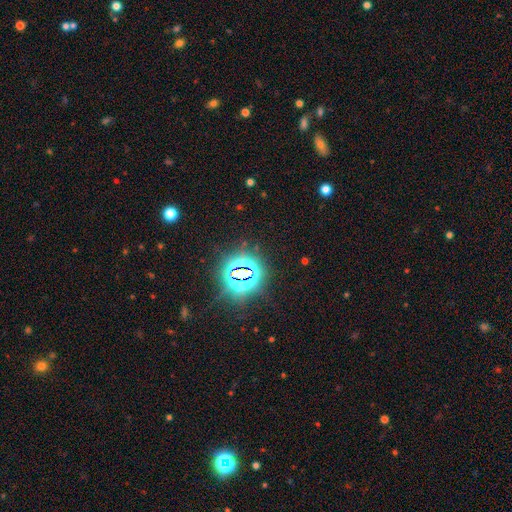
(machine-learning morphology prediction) Smooth or featured? star or artifact (84%)